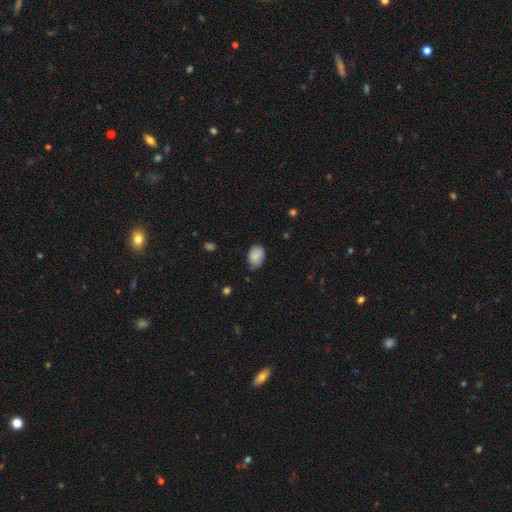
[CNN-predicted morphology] The model was most divided on "merging": none: 65%, minor disturbance: 29%, major disturbance: 5%, merger: 1%. More confident: smooth or featured — smooth (84%); how rounded — in between (78%).